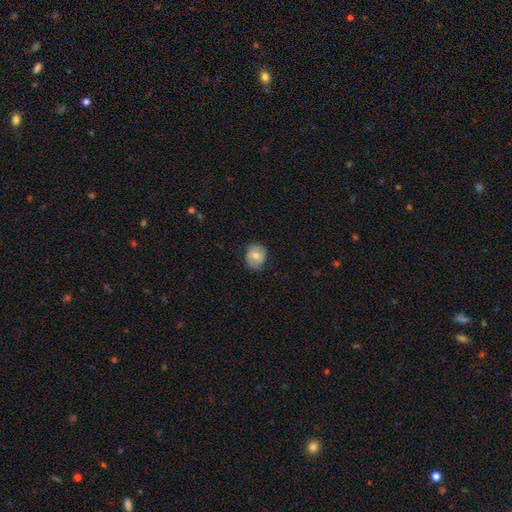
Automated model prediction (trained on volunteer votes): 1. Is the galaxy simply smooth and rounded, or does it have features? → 66% smooth, 27% featured or disk, 8% star or artifact.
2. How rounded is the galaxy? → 69% round, 30% in between, 1% cigar-shaped.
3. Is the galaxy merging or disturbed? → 77% none, 18% minor disturbance, 4% major disturbance, 1% merger.